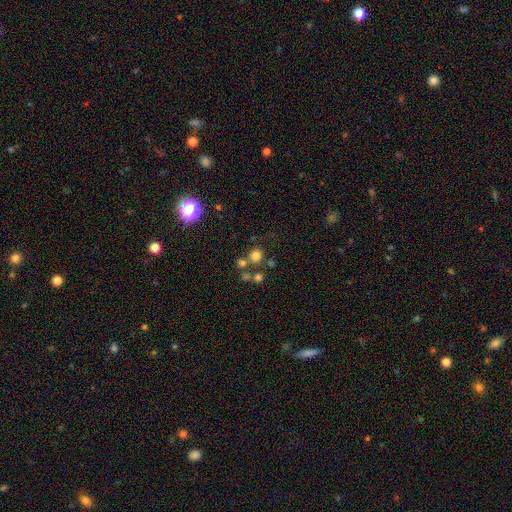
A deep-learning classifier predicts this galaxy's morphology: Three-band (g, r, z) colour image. It shows a smooth galaxy with no disk features (71%) that is round (87%). Merging: none (68%).